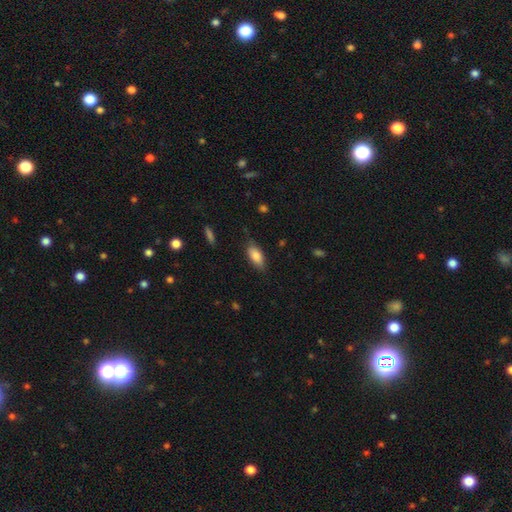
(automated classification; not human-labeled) smooth-or-featured: smooth: 84% | featured or disk: 10% | star or artifact: 7%
  how-rounded: in between: 87% | cigar-shaped: 10% | round: 3%
  merging: none: 76% | minor disturbance: 19% | major disturbance: 4% | merger: 1%